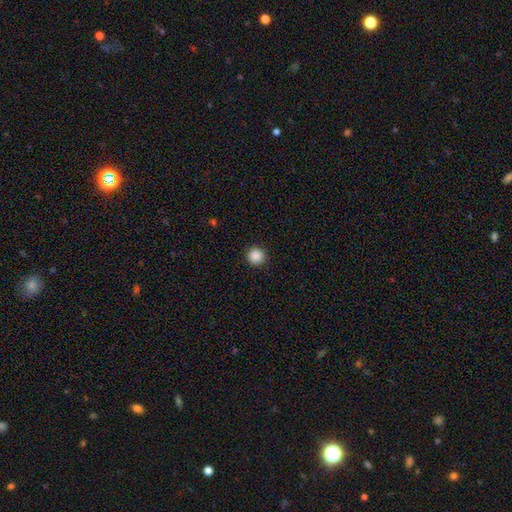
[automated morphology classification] Q: Smooth or featured?
A: smooth (88%); runner-up: star or artifact (9%)
Q: How rounded?
A: round (95%); runner-up: in between (4%)
Q: Merging?
A: none (92%); runner-up: minor disturbance (5%)